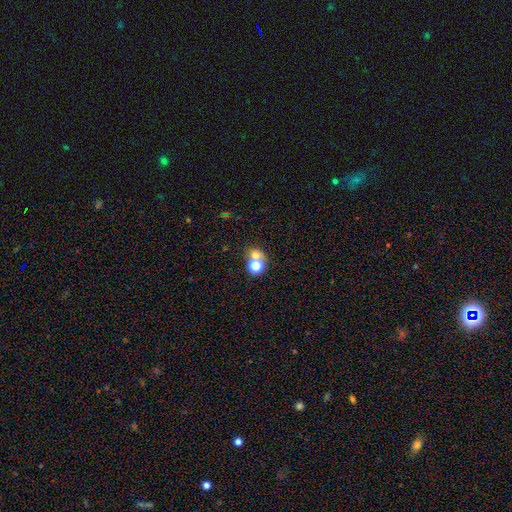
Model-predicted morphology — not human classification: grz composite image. It shows a smooth galaxy with no disk features (64%) that is round (75%). Merging: none (45%, tied with merger).